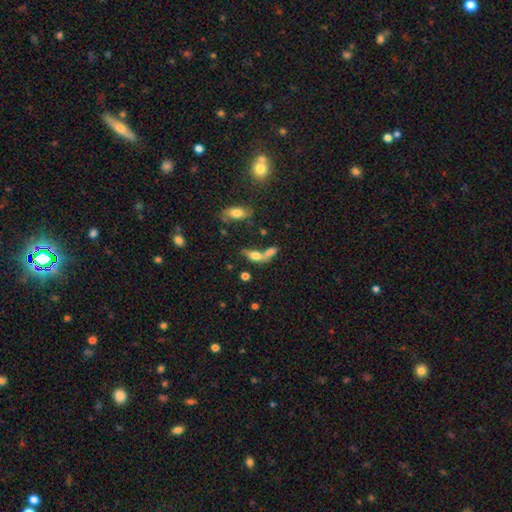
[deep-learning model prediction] smooth 62%, featured or disk 27%, star or artifact 12%. Down the decision tree: how rounded — in between (67%); merging — merger (53%).